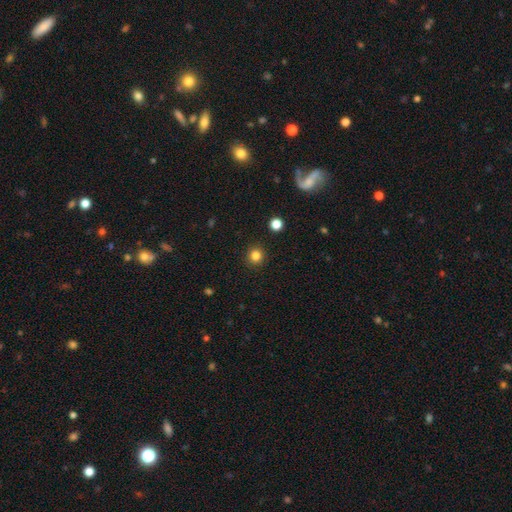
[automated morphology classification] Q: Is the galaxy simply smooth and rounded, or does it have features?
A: smooth — 83%.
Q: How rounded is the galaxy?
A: round — 94%.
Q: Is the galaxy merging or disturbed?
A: none — 92%.